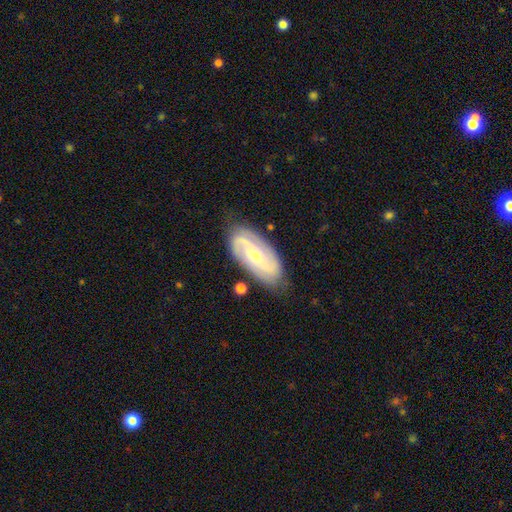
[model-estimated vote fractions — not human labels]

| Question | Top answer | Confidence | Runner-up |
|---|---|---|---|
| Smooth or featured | featured or disk | 80% | smooth (14%) |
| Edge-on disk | no | 94% | yes (6%) |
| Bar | no | 51% | weak (35%) |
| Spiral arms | yes | 94% | no (6%) |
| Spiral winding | tight | 44% | medium (40%) |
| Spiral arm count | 2 | 60% | can't tell (18%) |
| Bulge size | small | 64% | moderate (33%) |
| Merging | none | 78% | minor disturbance (16%) |